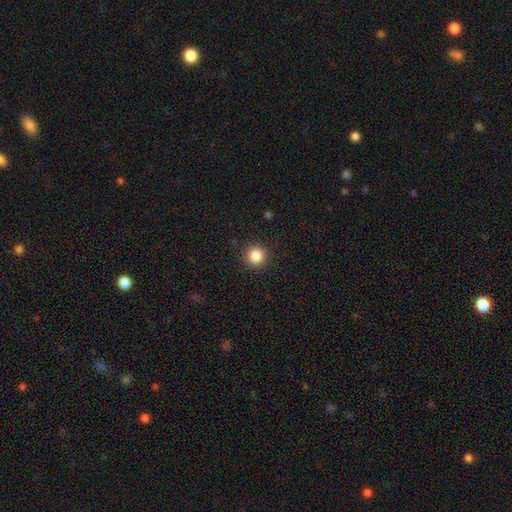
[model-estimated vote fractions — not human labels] Overall: smooth (85%). How rounded: round (94%). Merging: none (91%).